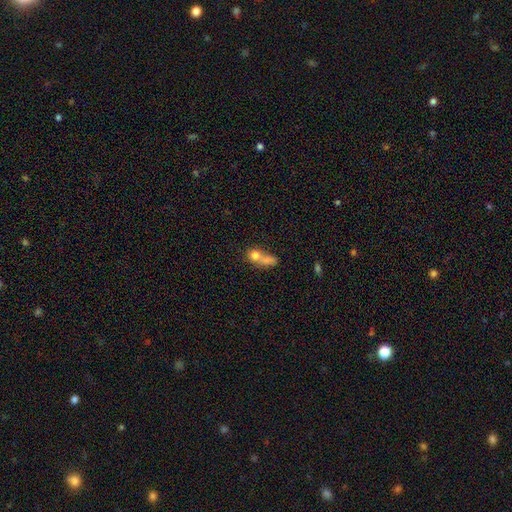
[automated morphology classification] This is likely a smooth galaxy (67%). How rounded: possibly round (54%). Merging: possibly merger (57%).